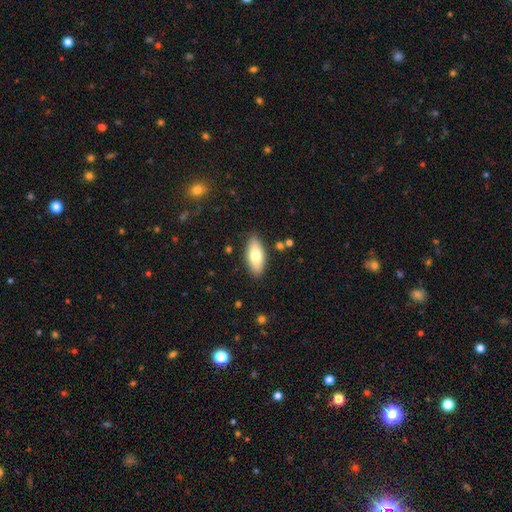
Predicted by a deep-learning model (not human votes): Overall: smooth (75%). How rounded: in between (85%). Merging: none (86%).